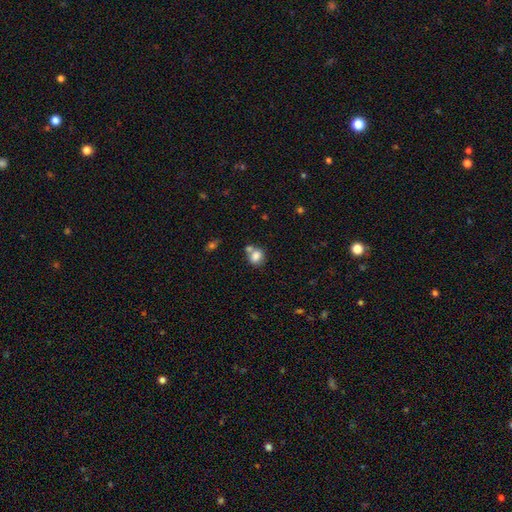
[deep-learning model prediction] A smooth galaxy with no disk features (81%) that is round (59%). Merging: none (51%).